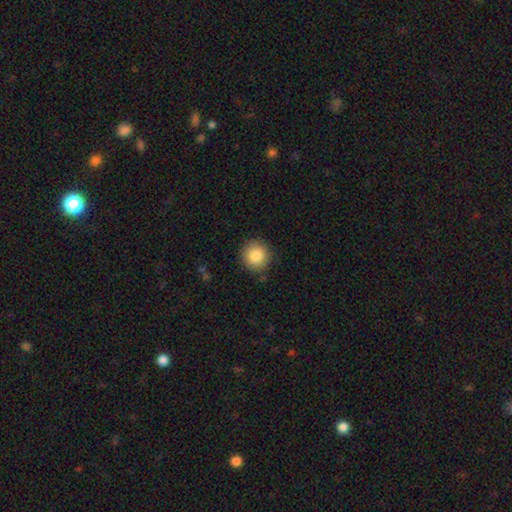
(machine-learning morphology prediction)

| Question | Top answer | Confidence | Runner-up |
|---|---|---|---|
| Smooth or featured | smooth | 85% | star or artifact (9%) |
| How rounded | round | 92% | in between (7%) |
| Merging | none | 88% | minor disturbance (8%) |